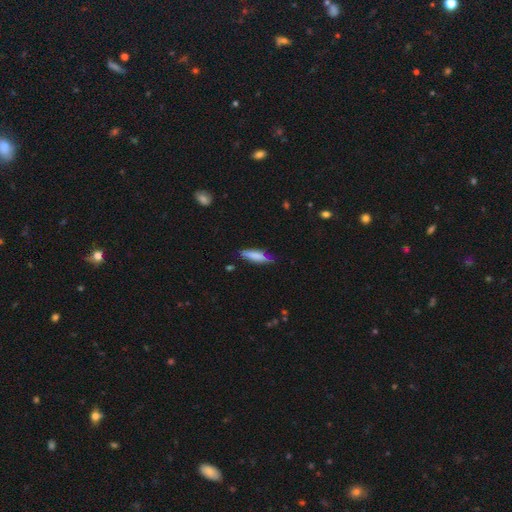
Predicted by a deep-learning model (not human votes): Q: Smooth or featured?
A: smooth (74%); runner-up: featured or disk (19%)
Q: How rounded?
A: cigar-shaped (65%); runner-up: in between (33%)
Q: Merging?
A: none (71%); runner-up: minor disturbance (23%)